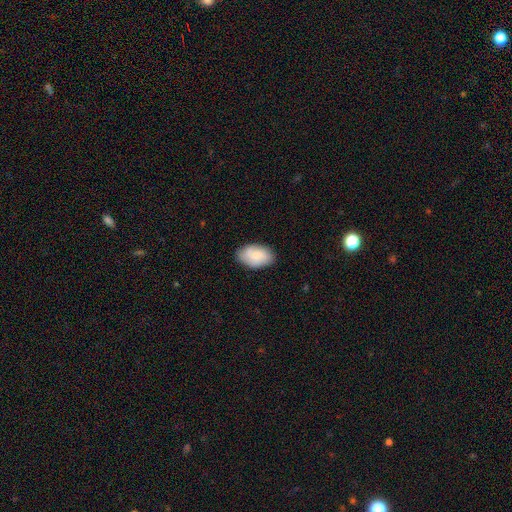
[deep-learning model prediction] The model was most divided on "merging": none: 78%, minor disturbance: 17%, major disturbance: 3%, merger: 1%. More confident: how rounded — in between (93%); smooth or featured — smooth (78%).